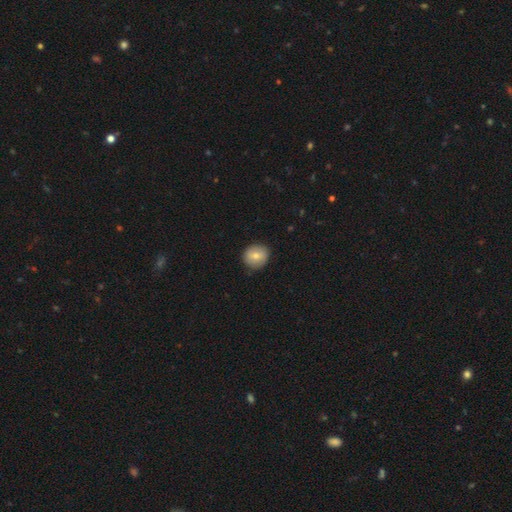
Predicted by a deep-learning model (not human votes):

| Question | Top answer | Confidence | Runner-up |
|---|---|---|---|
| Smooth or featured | smooth | 71% | featured or disk (21%) |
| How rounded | round | 85% | in between (14%) |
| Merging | none | 85% | minor disturbance (11%) |